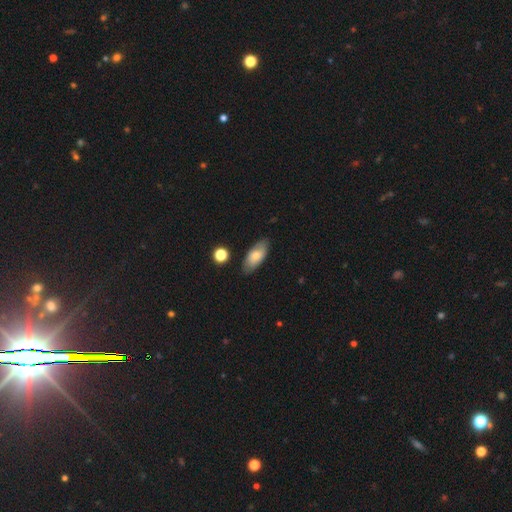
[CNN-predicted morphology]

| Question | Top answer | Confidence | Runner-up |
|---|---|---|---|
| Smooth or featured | smooth | 71% | featured or disk (23%) |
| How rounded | in between | 86% | cigar-shaped (11%) |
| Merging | none | 81% | minor disturbance (14%) |